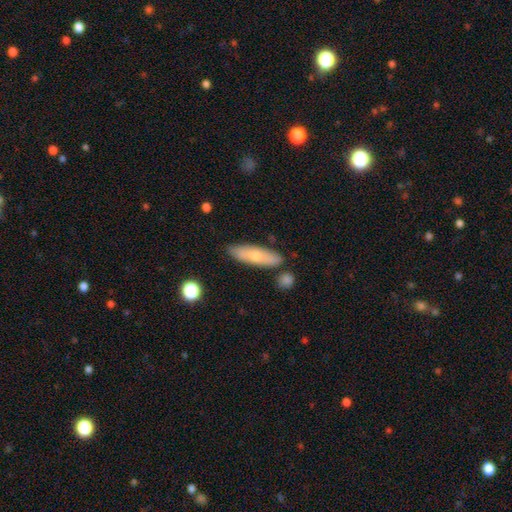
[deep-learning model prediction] A smooth galaxy with no disk features (63%) that is cigar-shaped (60%).

Vote fractions:
- Smooth or featured? smooth: 63% / featured or disk: 31% / star or artifact: 6%
- How rounded? cigar-shaped: 60% / in between: 37% / round: 2%
- Merging? none: 81% / minor disturbance: 12% / merger: 4% / major disturbance: 2%